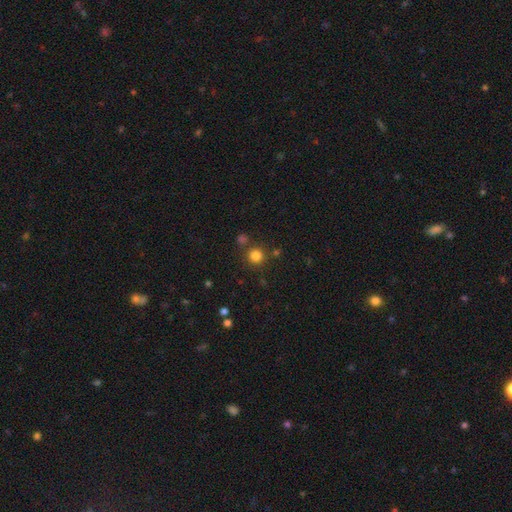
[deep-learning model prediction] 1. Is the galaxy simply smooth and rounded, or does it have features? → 81% smooth, 14% star or artifact, 5% featured or disk.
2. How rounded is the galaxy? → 94% round, 5% in between, 1% cigar-shaped.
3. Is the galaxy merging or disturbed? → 82% none, 8% merger, 7% minor disturbance, 3% major disturbance.